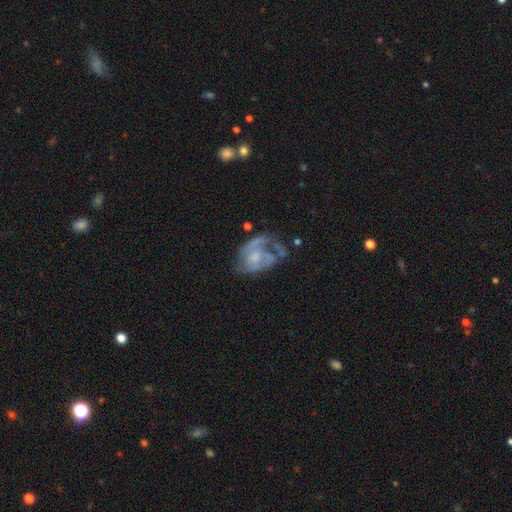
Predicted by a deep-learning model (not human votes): Morphology: type=featured or disk (72%); edge-on=no (97%); bar=no (73%); spiral arms=yes (70%); bulge=moderate (40%); merging=major disturbance (38%).